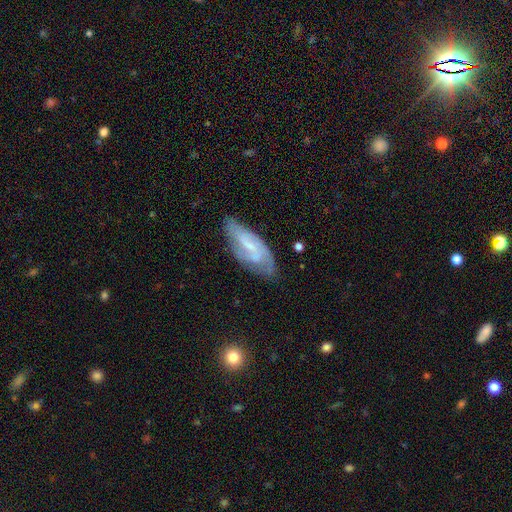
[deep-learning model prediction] A featured or disk galaxy (65%) with a weak bar (48%), spiral arms (84%) and a small central bulge (53%).

Vote fractions:
- Smooth or featured? featured or disk: 65% / smooth: 28% / star or artifact: 7%
- Edge-on disk? no: 90% / yes: 10%
- Bar? weak: 48% / no: 31% / strong: 21%
- Spiral arms? yes: 84% / no: 16%
- Bulge size? small: 53% / moderate: 23% / none: 21% / large: 2% / dominant: 1%
- Merging? none: 60% / minor disturbance: 26% / major disturbance: 11% / merger: 3%